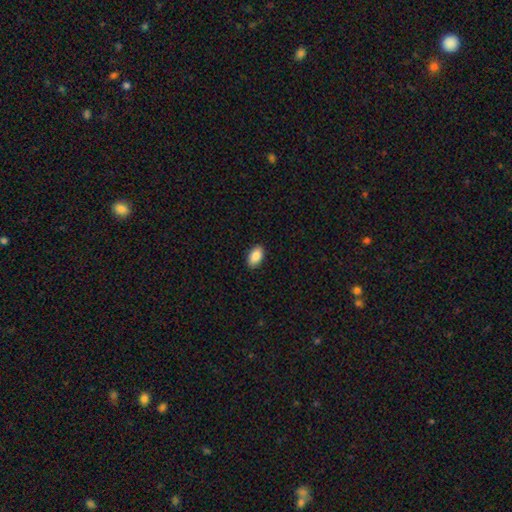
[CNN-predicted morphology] This appears to be a smooth galaxy with no disk features (87%) that is in between round and cigar-shaped (93%). Merging: none (90%).